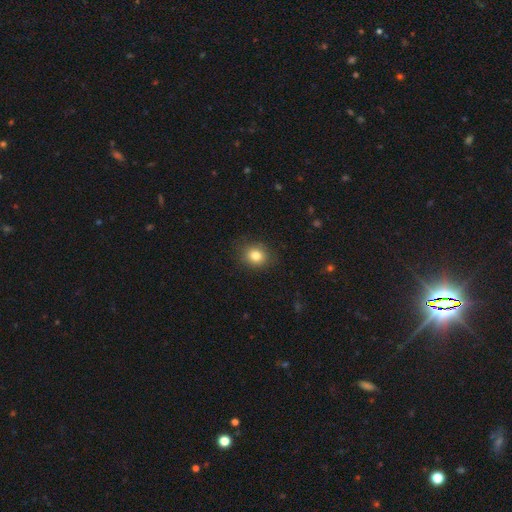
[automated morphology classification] Smooth or featured? Predicted: smooth (p=0.82). How rounded? Predicted: round (p=0.71). Merging? Predicted: none (p=0.86).